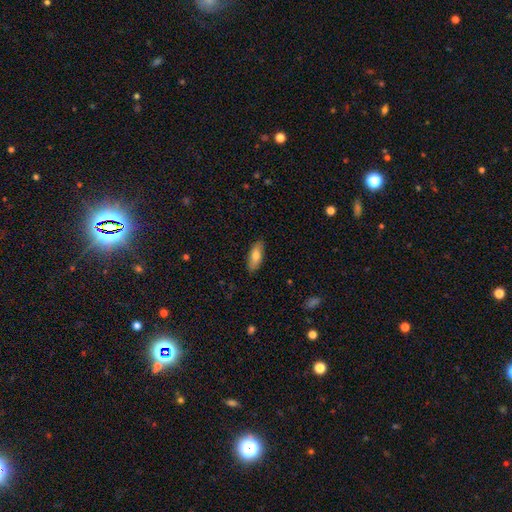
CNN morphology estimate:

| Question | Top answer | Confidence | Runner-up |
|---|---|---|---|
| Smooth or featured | smooth | 73% | featured or disk (21%) |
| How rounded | in between | 77% | cigar-shaped (21%) |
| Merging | none | 87% | minor disturbance (10%) |